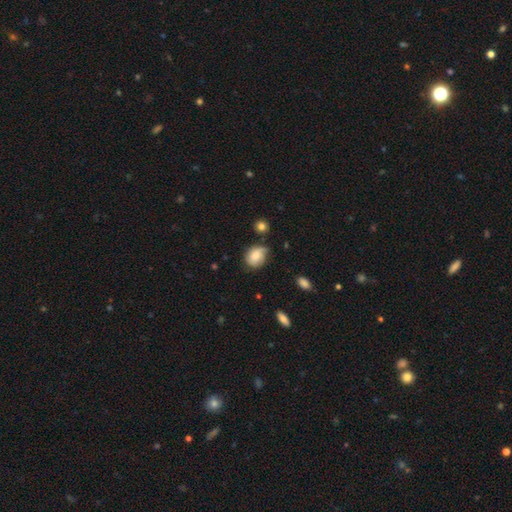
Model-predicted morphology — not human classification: Overall: smooth (65%; featured or disk 27%). How rounded: in between (51%; round 48%). Merging: none (53%; minor disturbance 34%).